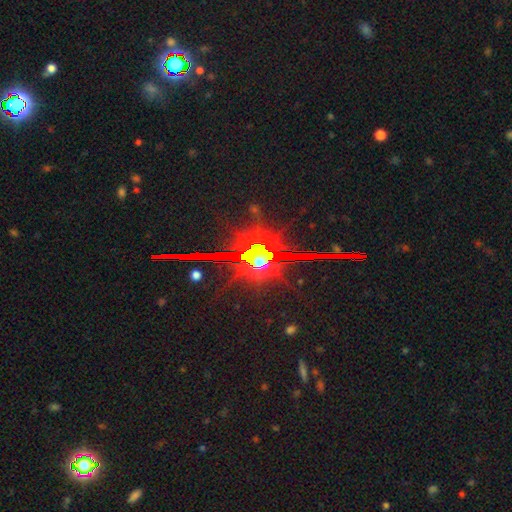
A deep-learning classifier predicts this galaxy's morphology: Smooth or featured? Predicted: star or artifact (p=0.82).